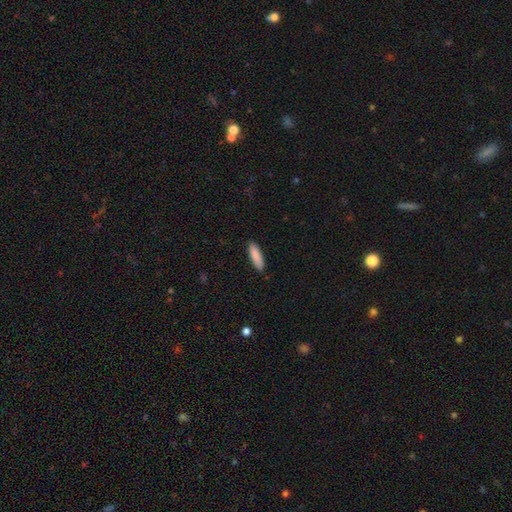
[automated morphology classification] smooth_or_featured: smooth (p=0.88) [alt: featured or disk p=0.06]
how_rounded: cigar-shaped (p=0.63) [alt: in between p=0.35]
merging: none (p=0.89) [alt: minor disturbance p=0.09]